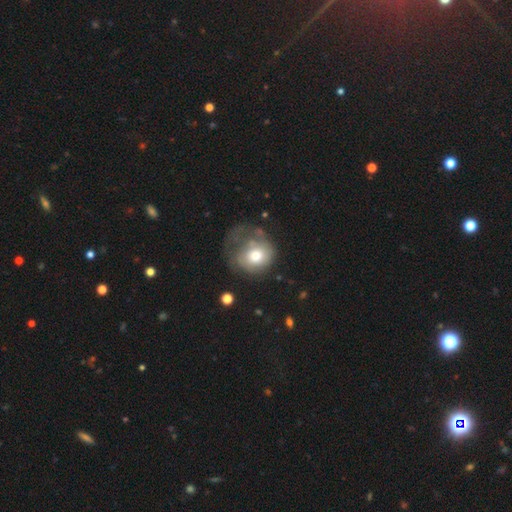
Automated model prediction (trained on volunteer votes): smooth-or-featured: smooth: 59% | featured or disk: 33% | star or artifact: 8%
  how-rounded: round: 73% | in between: 26% | cigar-shaped: 1%
  merging: major disturbance: 45% | none: 27% | minor disturbance: 24% | merger: 4%